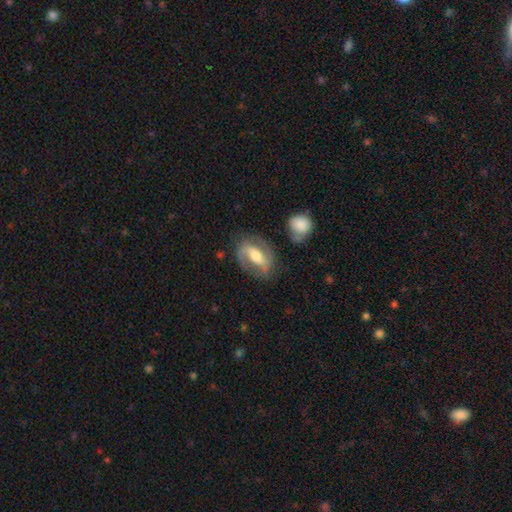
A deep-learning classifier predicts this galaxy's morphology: Smooth or featured? Predicted: featured or disk (p=0.75). Edge-on disk? Predicted: no (p=0.95). Bar? Predicted: strong (p=0.50). Spiral arms? Predicted: yes (p=0.86). Spiral winding? Predicted: medium (p=0.50). Spiral arm count? Predicted: 2 (p=0.86). Bulge size? Predicted: moderate (p=0.62). Merging? Predicted: none (p=0.72).